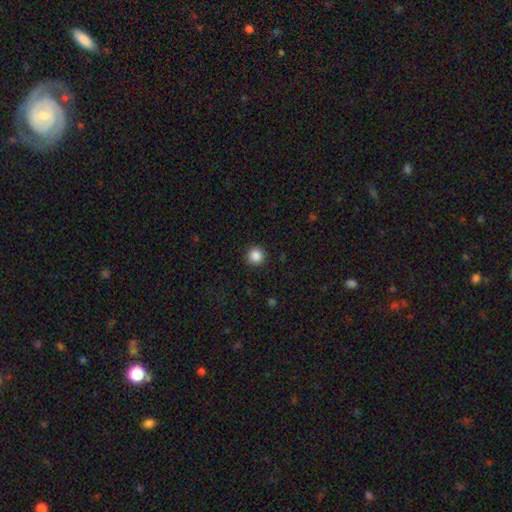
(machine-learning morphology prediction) This is clearly a smooth galaxy (87%). How rounded: clearly round (95%). Merging: clearly none (92%).